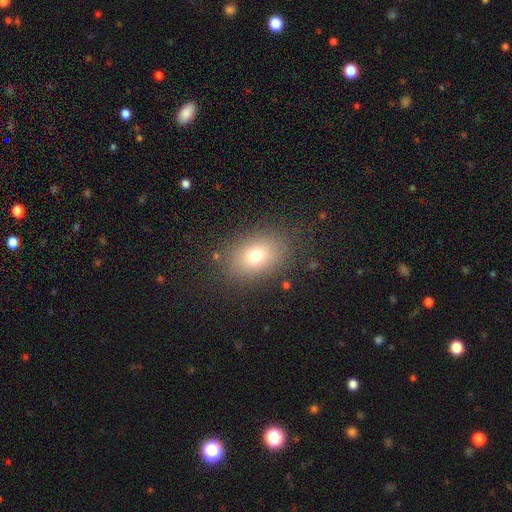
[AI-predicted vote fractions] A smooth galaxy with no disk features (74%) that is in between round and cigar-shaped (70%).

Vote fractions:
- Smooth or featured? smooth: 74% / star or artifact: 14% / featured or disk: 13%
- How rounded? in between: 70% / round: 29% / cigar-shaped: 1%
- Merging? none: 84% / minor disturbance: 10% / major disturbance: 5% / merger: 1%